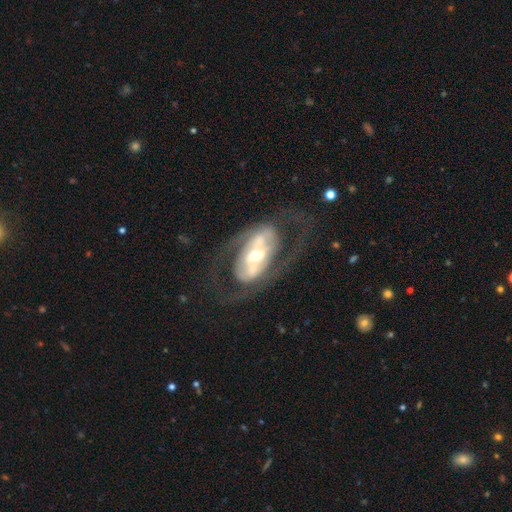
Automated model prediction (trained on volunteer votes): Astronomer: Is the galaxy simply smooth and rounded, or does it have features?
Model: featured or disk — 83%.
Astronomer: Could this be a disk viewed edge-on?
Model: no — 93%.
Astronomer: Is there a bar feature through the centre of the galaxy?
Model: strong — 49% (runner-up: weak, 29%).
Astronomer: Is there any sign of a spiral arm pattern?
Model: yes — 76%.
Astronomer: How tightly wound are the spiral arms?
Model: medium — 47% (runner-up: loose, 28%).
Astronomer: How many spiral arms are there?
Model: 2 — 84%.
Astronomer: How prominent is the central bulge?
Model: moderate — 63%.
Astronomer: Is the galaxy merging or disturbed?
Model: none — 62%.